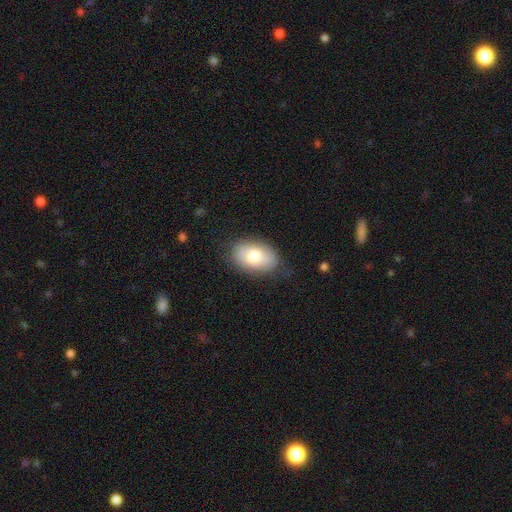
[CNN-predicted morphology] The model was most divided on "smooth or featured": smooth: 76%, featured or disk: 17%, star or artifact: 7%. More confident: how rounded — in between (88%); merging — none (79%).